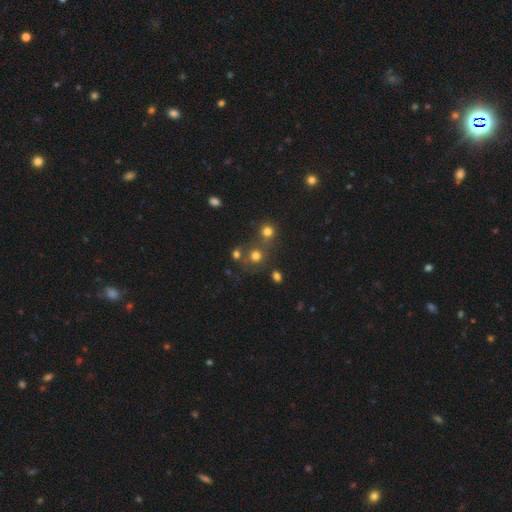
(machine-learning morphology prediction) Smooth or featured? Predicted: smooth (p=0.69). How rounded? Predicted: round (p=0.86). Merging? Predicted: none (p=0.59).